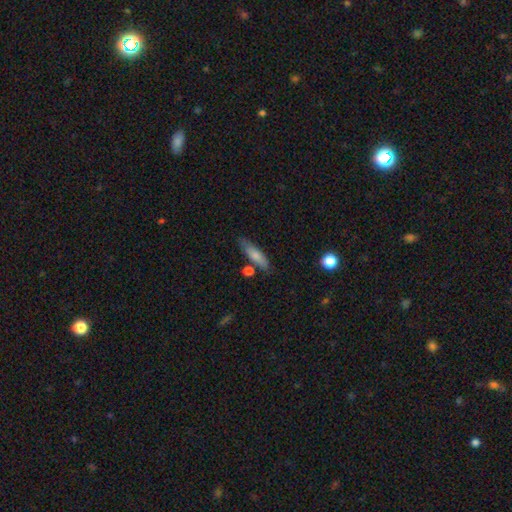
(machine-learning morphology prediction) A smooth galaxy with no disk features (77%) that is cigar-shaped (66%).

Vote fractions:
- Smooth or featured? smooth: 77% / featured or disk: 17% / star or artifact: 6%
- How rounded? cigar-shaped: 66% / in between: 31% / round: 2%
- Merging? none: 74% / minor disturbance: 15% / merger: 8% / major disturbance: 3%